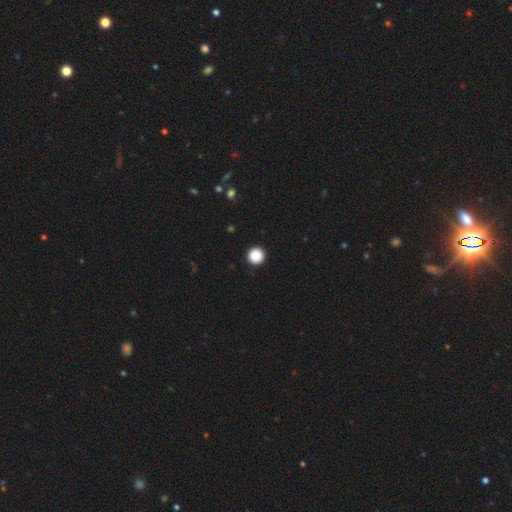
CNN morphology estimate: The model was most divided on "smooth or featured": smooth: 88%, star or artifact: 9%, featured or disk: 2%. More confident: how rounded — round (97%); merging — none (94%).